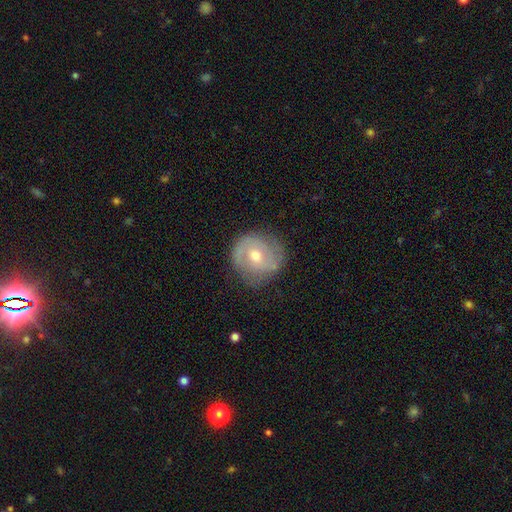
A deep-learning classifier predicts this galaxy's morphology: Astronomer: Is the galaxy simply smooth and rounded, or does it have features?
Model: featured or disk — 64%.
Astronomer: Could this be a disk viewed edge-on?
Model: no — 97%.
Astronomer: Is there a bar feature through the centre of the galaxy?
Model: no — 57% (runner-up: weak, 34%).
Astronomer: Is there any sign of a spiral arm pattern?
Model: yes — 79%.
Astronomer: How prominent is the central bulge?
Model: moderate — 68%.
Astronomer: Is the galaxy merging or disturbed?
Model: none — 73%.